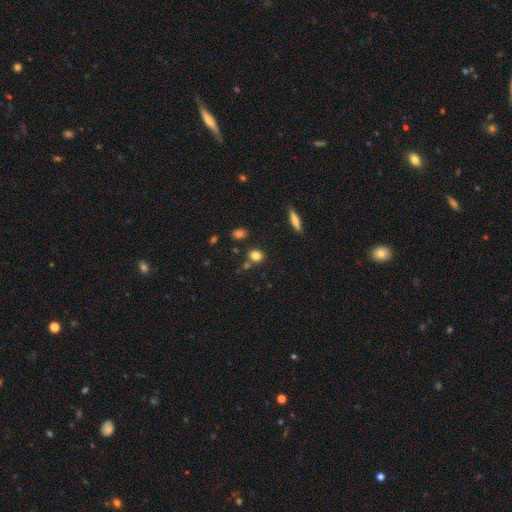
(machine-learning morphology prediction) Q: Smooth or featured?
A: smooth (81%); runner-up: star or artifact (12%)
Q: How rounded?
A: round (56%); runner-up: in between (42%)
Q: Merging?
A: none (71%); runner-up: merger (14%)